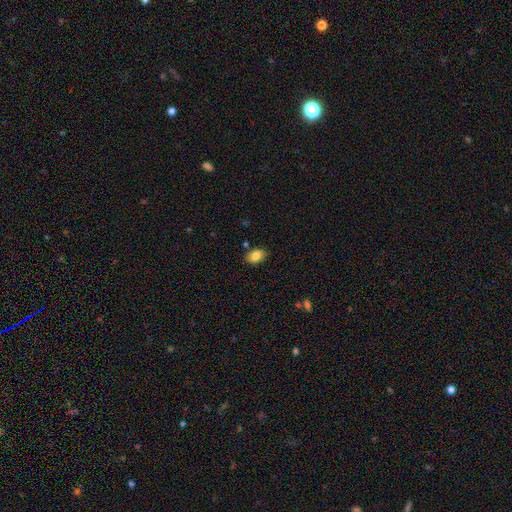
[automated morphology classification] Smooth or featured? Predicted: smooth (p=0.82). How rounded? Predicted: in between (p=0.85). Merging? Predicted: none (p=0.80).